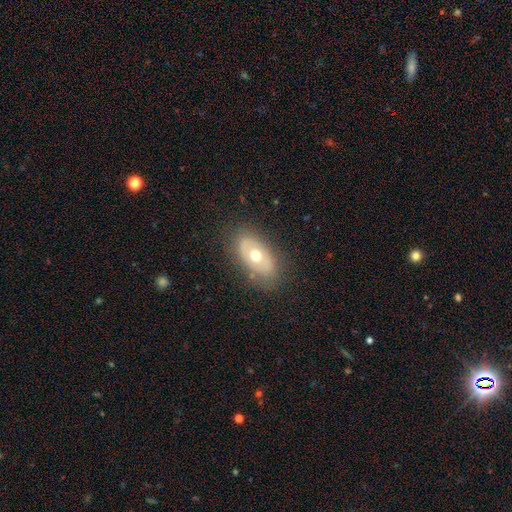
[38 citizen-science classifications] Smooth or featured? featured or disk (61%)
Edge-on disk? no (87%)
Bar? no (95%)
Spiral arms? no (90%)
Bulge size? moderate (75%)
Merging? none (59%)